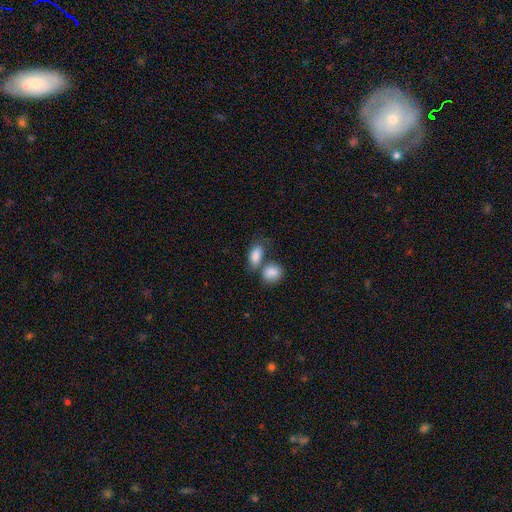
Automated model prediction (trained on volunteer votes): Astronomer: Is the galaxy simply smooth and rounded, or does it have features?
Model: smooth — 87%.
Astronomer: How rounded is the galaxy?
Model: in between — 88%.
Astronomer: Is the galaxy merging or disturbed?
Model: merger — 47% (runner-up: none, 36%).